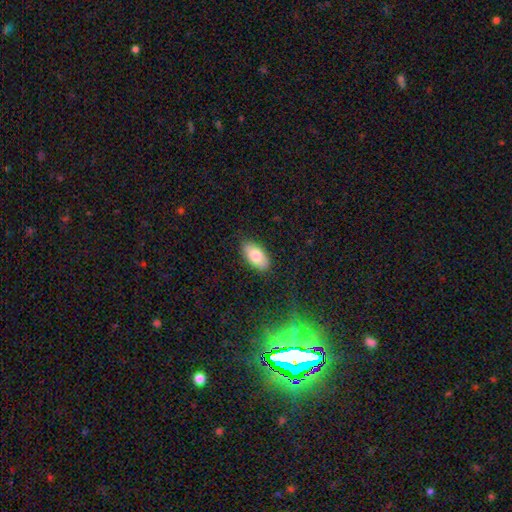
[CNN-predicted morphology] This appears to be a smooth galaxy with no disk features (79%) that is in between round and cigar-shaped (93%). Merging: none (85%).